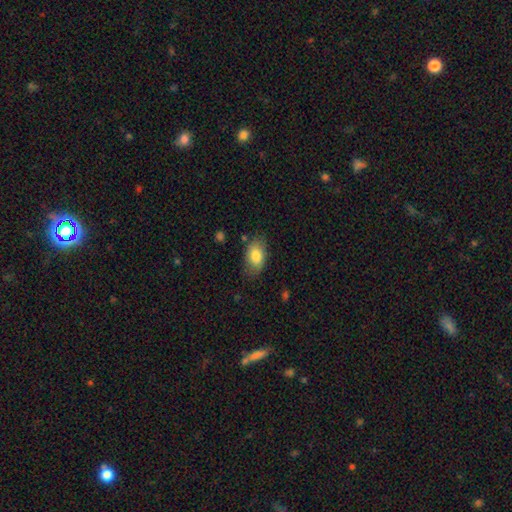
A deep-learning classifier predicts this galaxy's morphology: Smooth or featured: smooth — 80% (featured or disk — 13%)
How rounded: in between — 91% (round — 7%)
Merging: none — 76% (minor disturbance — 18%)